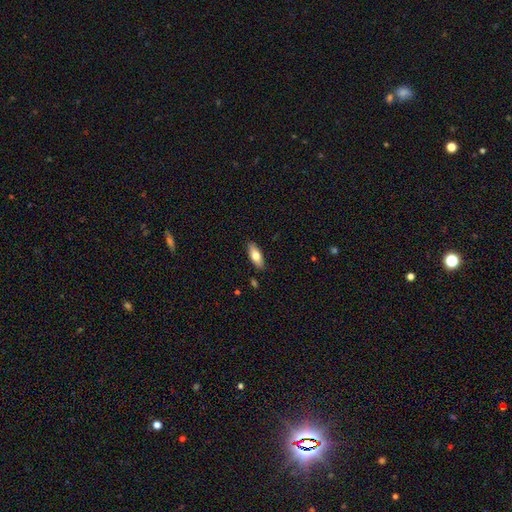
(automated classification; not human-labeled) Q: Smooth or featured?
A: smooth (71%); runner-up: featured or disk (23%)
Q: How rounded?
A: in between (77%); runner-up: cigar-shaped (21%)
Q: Merging?
A: none (88%); runner-up: minor disturbance (9%)